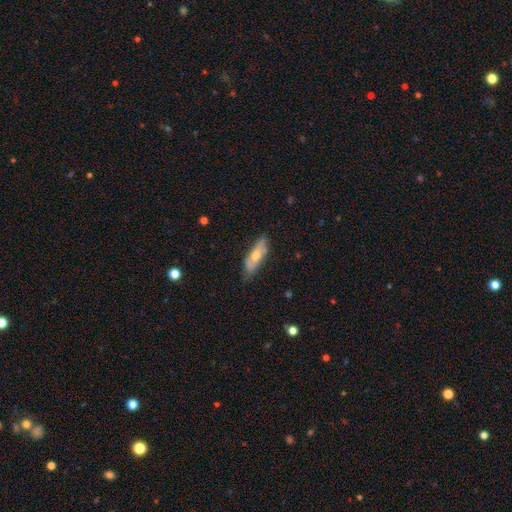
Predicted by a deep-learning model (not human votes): Overall: smooth (55%; featured or disk 39%). How rounded: in between (56%; cigar-shaped 41%). Merging: none (72%).